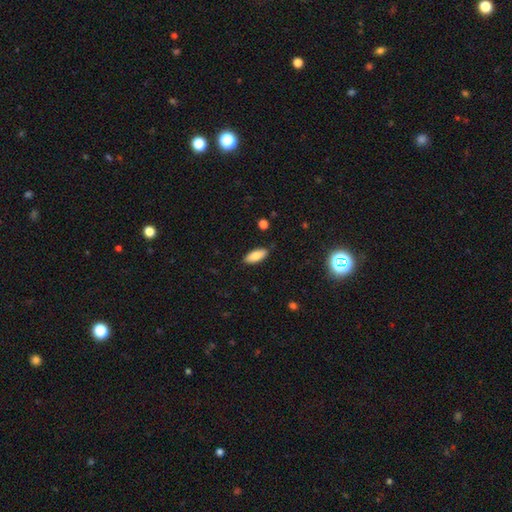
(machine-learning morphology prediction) smooth_or_featured: smooth (p=0.85) [alt: featured or disk p=0.08]
how_rounded: in between (p=0.83) [alt: cigar-shaped p=0.15]
merging: none (p=0.87) [alt: minor disturbance p=0.10]